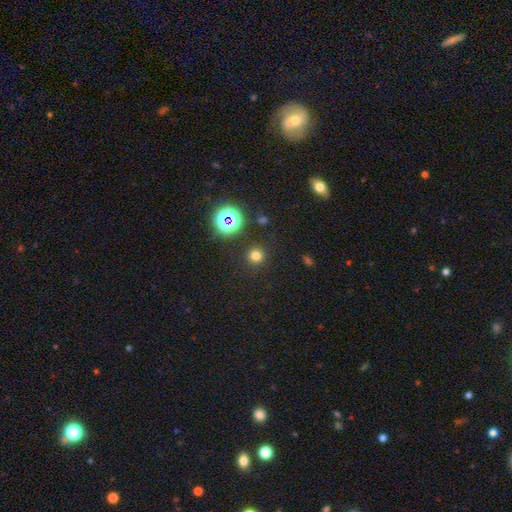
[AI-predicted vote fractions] A smooth galaxy with no disk features (72%) that is round (94%).

Vote fractions:
- Smooth or featured? smooth: 72% / star or artifact: 23% / featured or disk: 6%
- How rounded? round: 94% / in between: 5% / cigar-shaped: 1%
- Merging? none: 90% / minor disturbance: 6% / major disturbance: 3% / merger: 2%